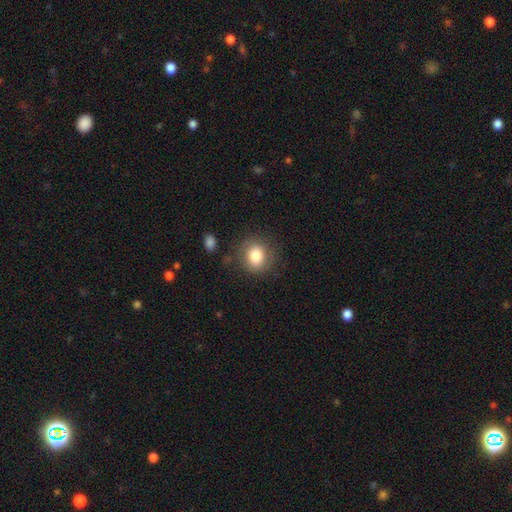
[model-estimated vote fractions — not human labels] smooth-or-featured: smooth: 81% | featured or disk: 10% | star or artifact: 9%
  how-rounded: round: 79% | in between: 20% | cigar-shaped: 1%
  merging: none: 80% | minor disturbance: 13% | major disturbance: 5% | merger: 2%